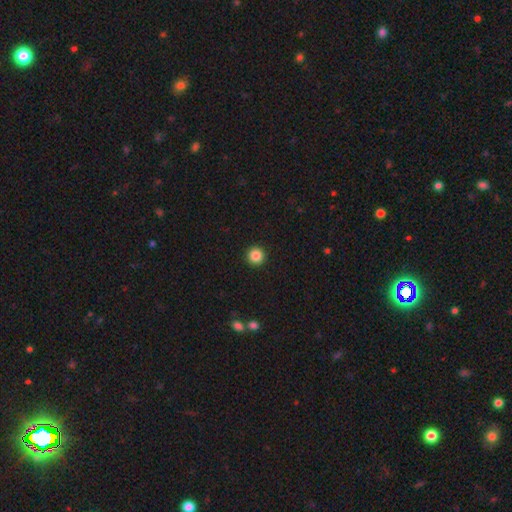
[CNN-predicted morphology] Smooth or featured? smooth (86%)
How rounded? round (96%)
Merging? none (94%)